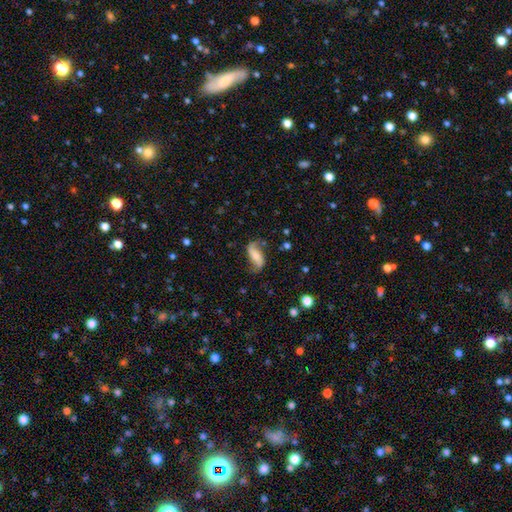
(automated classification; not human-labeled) A featured or disk galaxy (54%). Merging: none (64%).